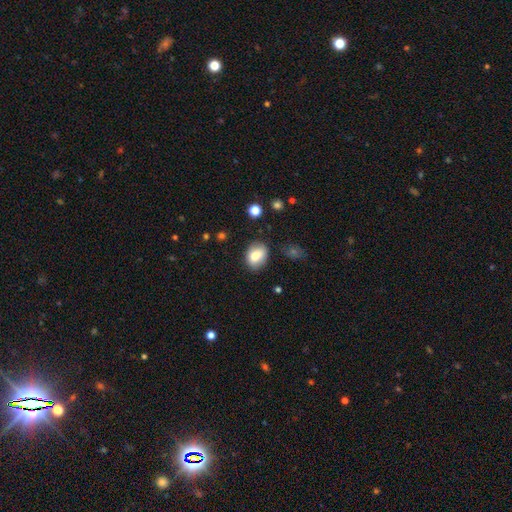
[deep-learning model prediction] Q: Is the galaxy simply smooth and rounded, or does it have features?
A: smooth — 80%.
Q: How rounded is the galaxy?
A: in between — 70%.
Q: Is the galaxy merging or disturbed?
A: none — 75%.